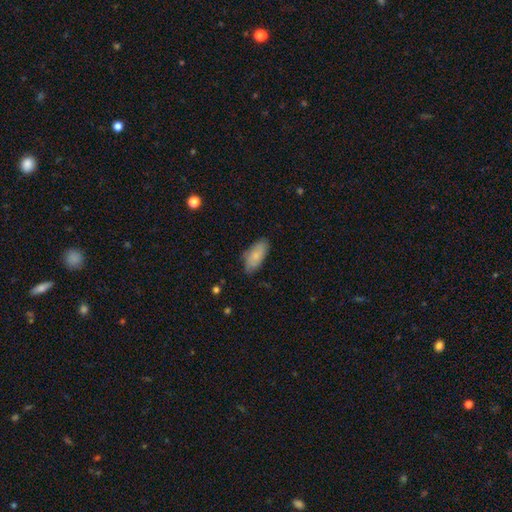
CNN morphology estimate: Q: Smooth or featured?
A: smooth (80%); runner-up: featured or disk (14%)
Q: How rounded?
A: in between (90%); runner-up: cigar-shaped (8%)
Q: Merging?
A: none (75%); runner-up: minor disturbance (20%)